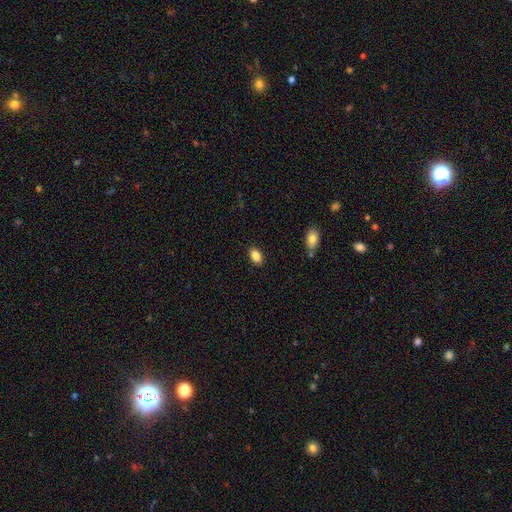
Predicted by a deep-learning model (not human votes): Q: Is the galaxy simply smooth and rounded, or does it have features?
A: smooth — 87%.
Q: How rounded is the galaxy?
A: in between — 90%.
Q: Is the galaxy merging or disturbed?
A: none — 88%.